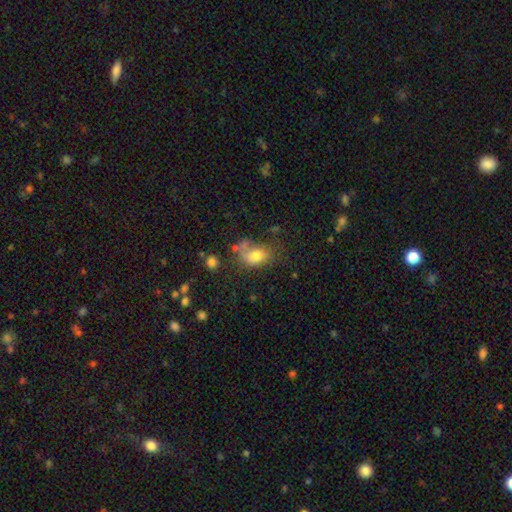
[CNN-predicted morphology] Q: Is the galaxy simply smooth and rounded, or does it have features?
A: smooth — 72%.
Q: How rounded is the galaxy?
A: in between — 75%.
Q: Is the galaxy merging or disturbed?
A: none — 41%.